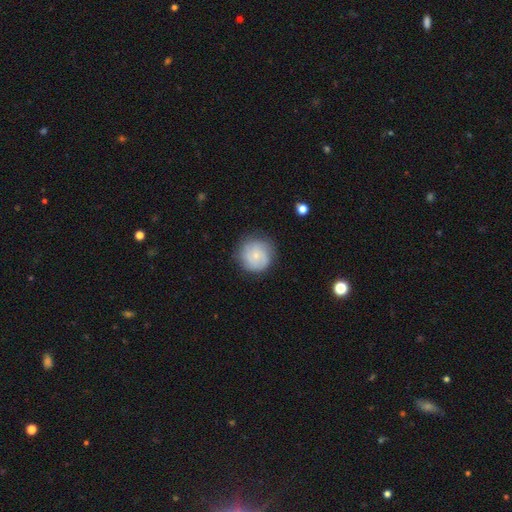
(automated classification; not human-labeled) smooth 55%, featured or disk 37%, star or artifact 7%. Down the decision tree: how rounded — round (93%); merging — none (79%).